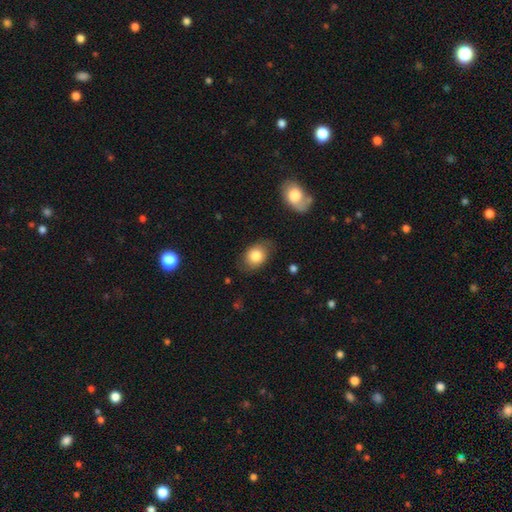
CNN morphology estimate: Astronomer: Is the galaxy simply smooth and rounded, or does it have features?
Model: smooth — 81%.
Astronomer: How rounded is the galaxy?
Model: in between — 72%.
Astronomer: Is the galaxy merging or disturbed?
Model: none — 75%.